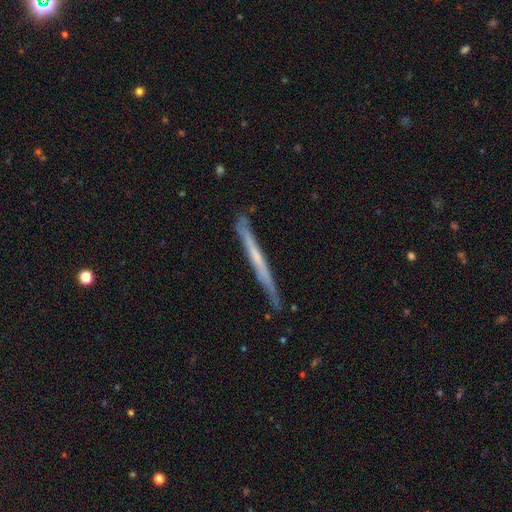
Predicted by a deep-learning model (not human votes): A featured or disk galaxy (58%) viewed edge-on (95%) with no central bulge (82%). Merging: none (80%).